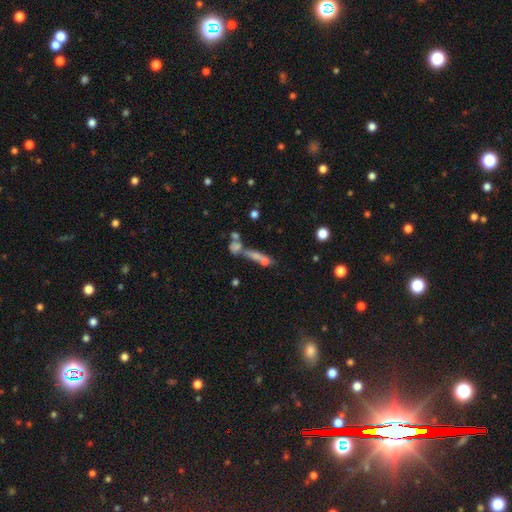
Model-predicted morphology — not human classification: Smooth or featured: smooth — 41% (featured or disk — 38%)
Merging: merger — 44% (none — 33%)